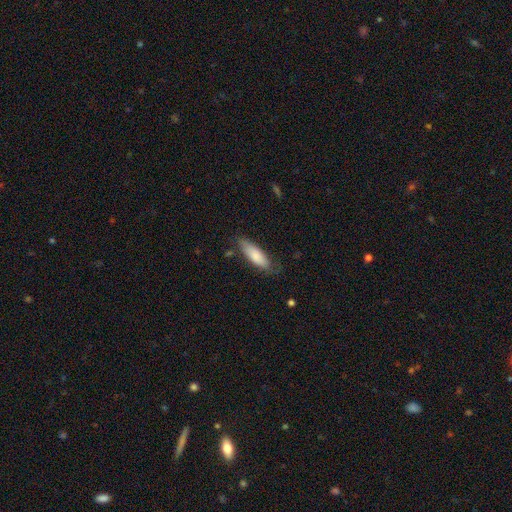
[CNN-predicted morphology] Q: Smooth or featured?
A: smooth (81%); runner-up: featured or disk (13%)
Q: How rounded?
A: in between (59%); runner-up: cigar-shaped (40%)
Q: Merging?
A: none (67%); runner-up: minor disturbance (25%)